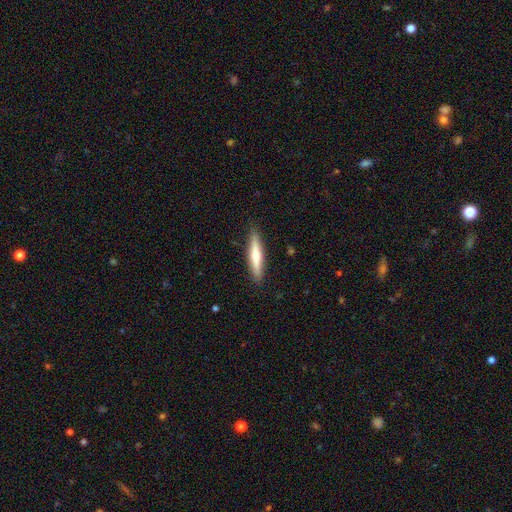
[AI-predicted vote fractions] Smooth or featured? Predicted: smooth (p=0.53). How rounded? Predicted: cigar-shaped (p=0.87). Merging? Predicted: none (p=0.89).